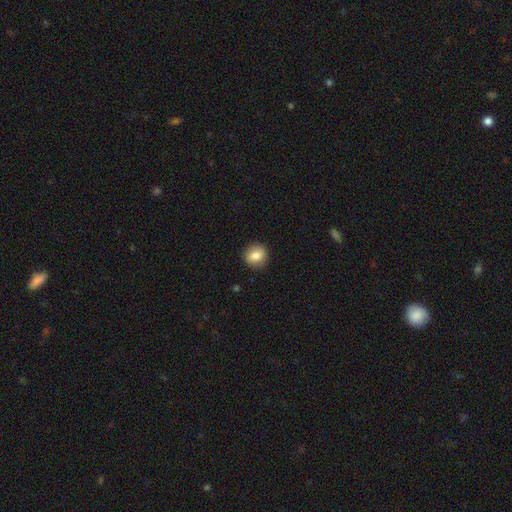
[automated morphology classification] smooth 83%, featured or disk 9%, star or artifact 9%. Down the decision tree: how rounded — round (83%); merging — none (89%).